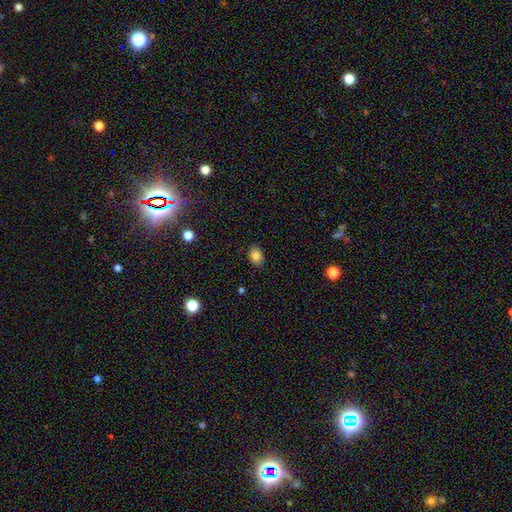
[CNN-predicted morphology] A smooth galaxy with no disk features (85%) that is in between round and cigar-shaped (68%). Merging: none (86%).